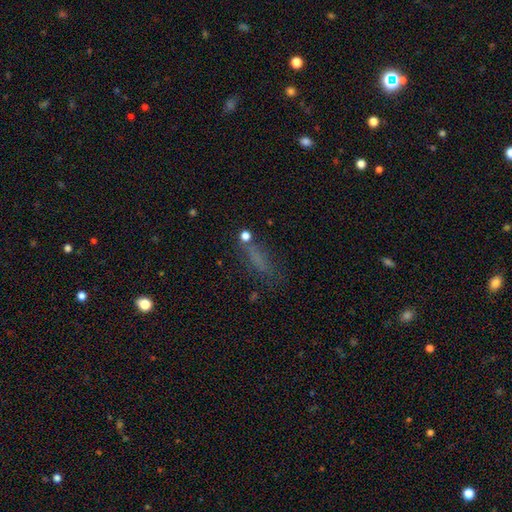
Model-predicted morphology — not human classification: Smooth or featured?
  - smooth: 57% *
  - star or artifact: 26%
  - featured or disk: 17%
How rounded?
  - cigar-shaped: 48% *
  - in between: 44%
  - round: 8%
Merging?
  - none: 61% *
  - minor disturbance: 19%
  - major disturbance: 13%
  - merger: 7%